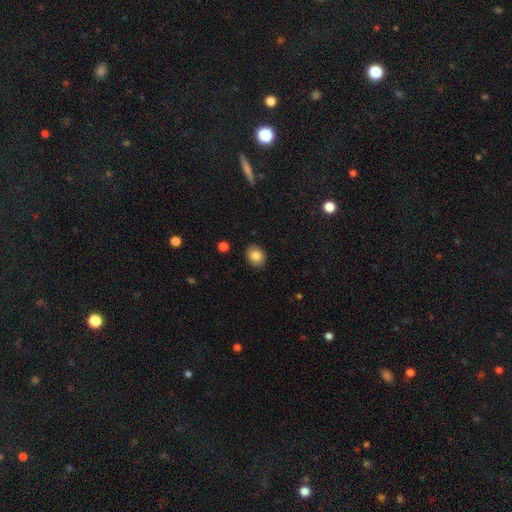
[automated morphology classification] Smooth or featured? smooth (83%)
How rounded? round (52%)
Merging? none (89%)